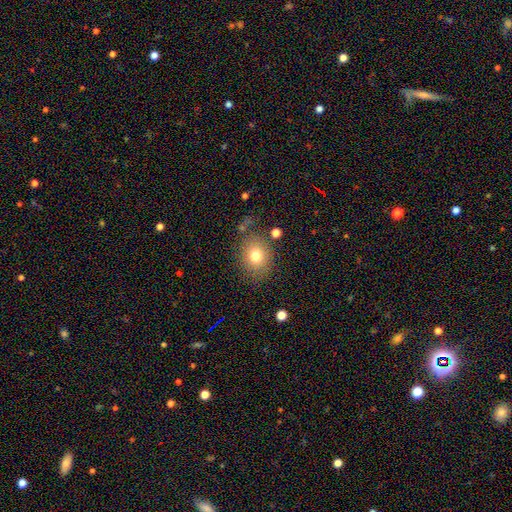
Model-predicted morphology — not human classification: A smooth galaxy with no disk features (77%) that is round (52%).

Vote fractions:
- Smooth or featured? smooth: 77% / featured or disk: 12% / star or artifact: 11%
- How rounded? round: 52% / in between: 47% / cigar-shaped: 1%
- Merging? none: 77% / minor disturbance: 13% / major disturbance: 5% / merger: 4%